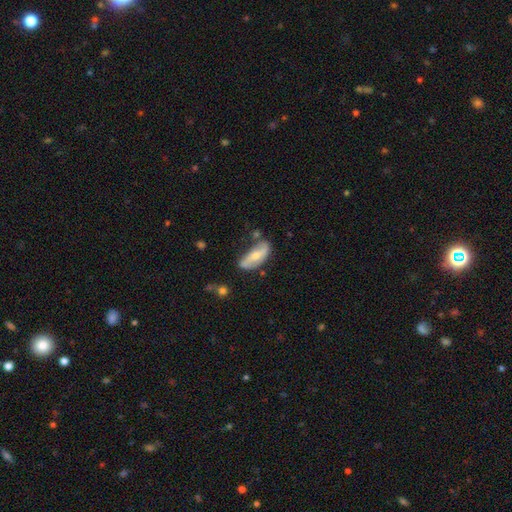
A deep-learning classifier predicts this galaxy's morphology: A featured or disk galaxy (48%).

Vote fractions:
- Smooth or featured? featured or disk: 48% / smooth: 46% / star or artifact: 6%
- Merging? none: 60% / minor disturbance: 25% / major disturbance: 8% / merger: 6%